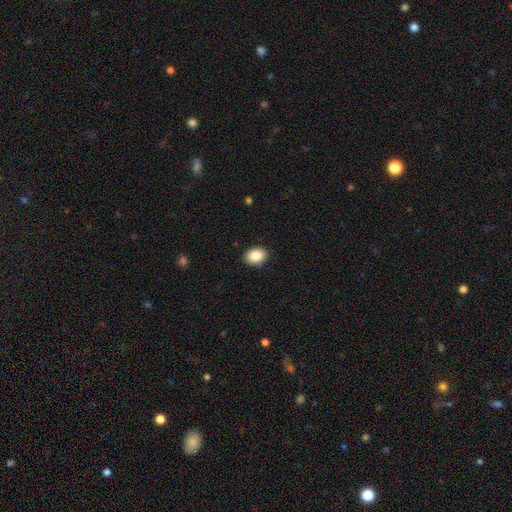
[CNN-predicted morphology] Smooth or featured? smooth (87%)
How rounded? in between (72%)
Merging? none (88%)